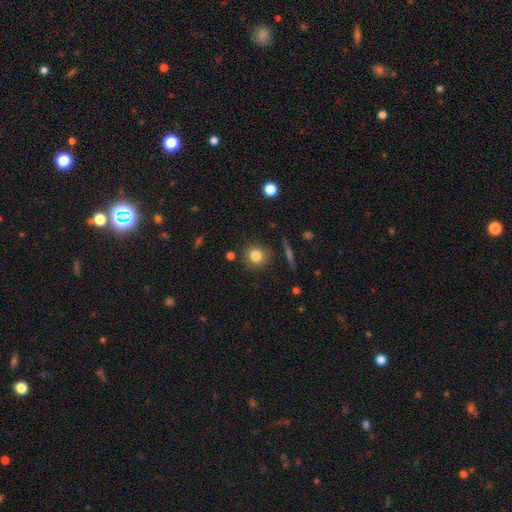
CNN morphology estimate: The model was most divided on "smooth or featured": smooth: 82%, star or artifact: 10%, featured or disk: 8%. More confident: how rounded — round (90%); merging — none (85%).